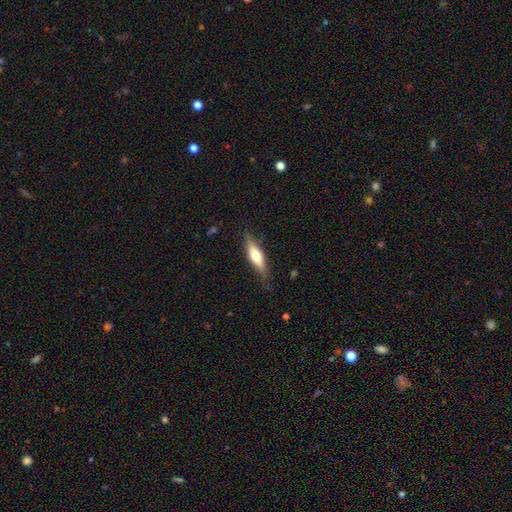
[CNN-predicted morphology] Q: Smooth or featured?
A: smooth (56%); runner-up: featured or disk (38%)
Q: How rounded?
A: cigar-shaped (61%); runner-up: in between (37%)
Q: Merging?
A: none (78%); runner-up: minor disturbance (17%)